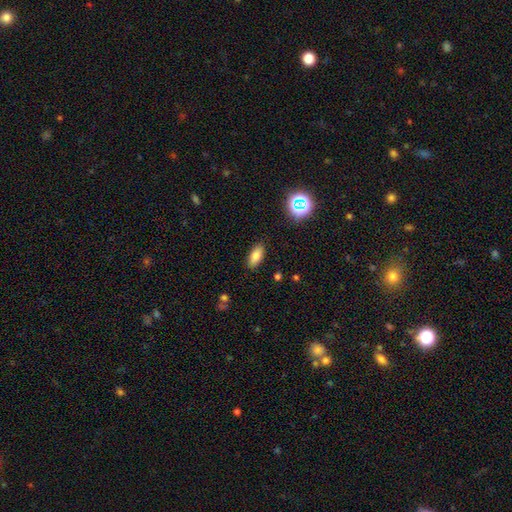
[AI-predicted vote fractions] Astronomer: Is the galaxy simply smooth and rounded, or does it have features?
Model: smooth — 78%.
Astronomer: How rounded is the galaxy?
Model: in between — 85%.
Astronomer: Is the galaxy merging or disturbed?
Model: none — 88%.